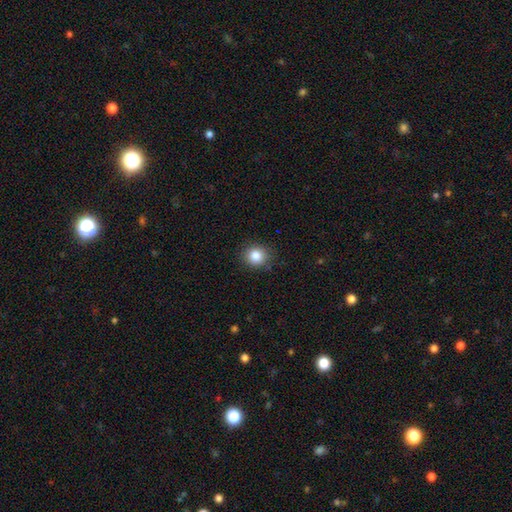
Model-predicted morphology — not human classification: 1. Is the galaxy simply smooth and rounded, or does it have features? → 84% smooth, 10% star or artifact, 5% featured or disk.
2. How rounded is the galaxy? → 86% round, 13% in between, 1% cigar-shaped.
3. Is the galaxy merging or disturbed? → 87% none, 9% minor disturbance, 2% major disturbance, 1% merger.